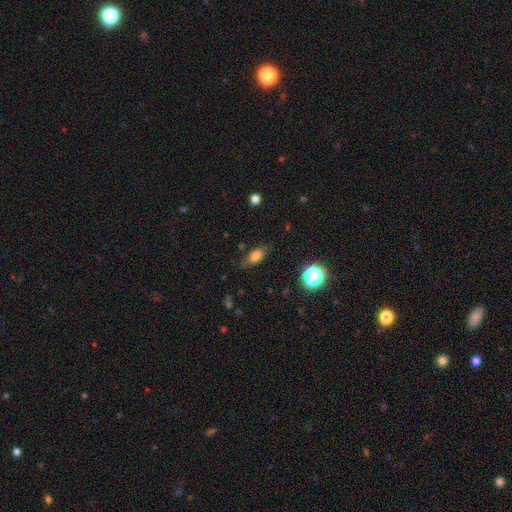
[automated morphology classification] A smooth galaxy with no disk features (74%) that is in between round and cigar-shaped (77%).

Vote fractions:
- Smooth or featured? smooth: 74% / featured or disk: 15% / star or artifact: 11%
- How rounded? in between: 77% / round: 12% / cigar-shaped: 10%
- Merging? none: 73% / minor disturbance: 20% / major disturbance: 5% / merger: 2%